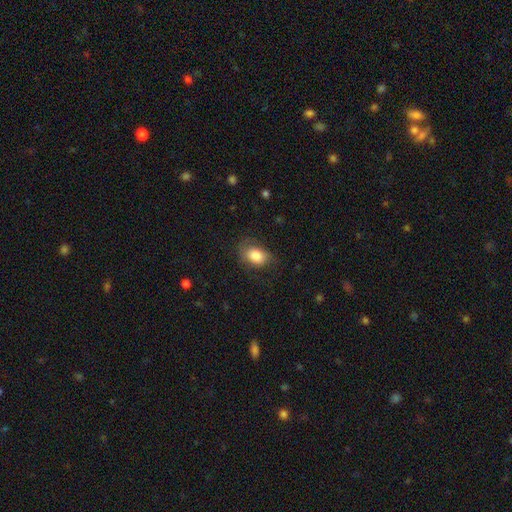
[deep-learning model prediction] This appears to be a smooth galaxy with no disk features (82%) that is in between round and cigar-shaped (80%). Merging: none (63%).